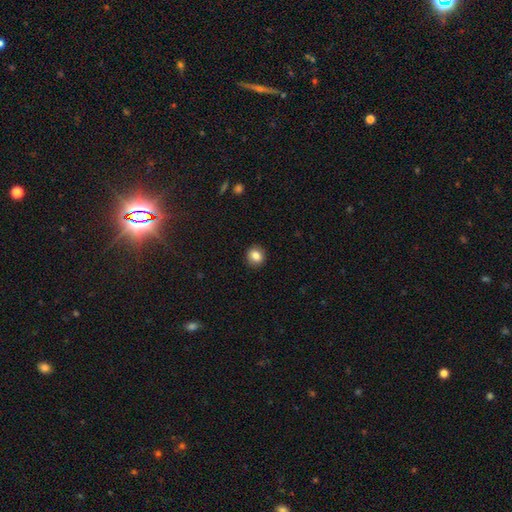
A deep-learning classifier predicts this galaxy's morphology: type=smooth (84%); roundness=round (81%); merging=none (91%).